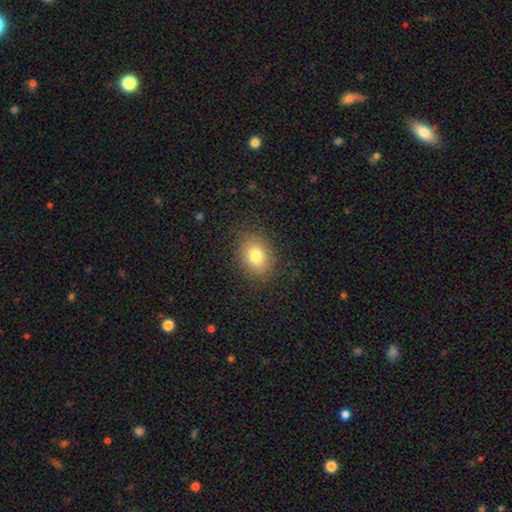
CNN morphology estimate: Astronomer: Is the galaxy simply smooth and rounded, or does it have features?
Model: smooth — 79%.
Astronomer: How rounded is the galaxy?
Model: in between — 56% (runner-up: round, 43%).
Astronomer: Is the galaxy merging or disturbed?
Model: none — 85%.